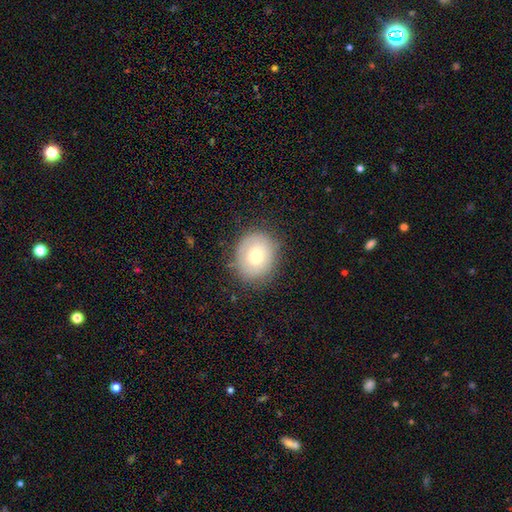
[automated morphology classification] type=smooth (66%); roundness=round (66%); merging=none (81%).